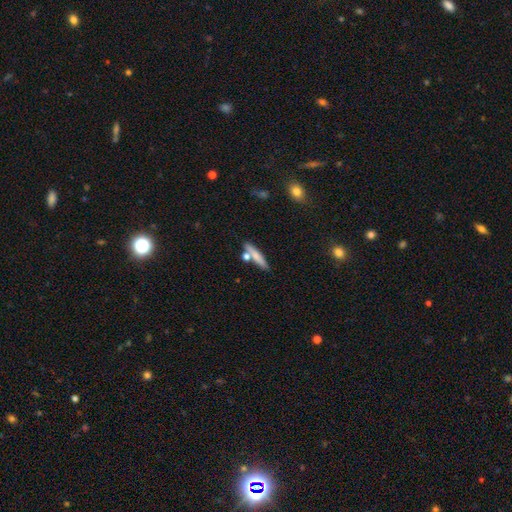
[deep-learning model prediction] This appears to be a smooth galaxy with no disk features (70%) that is cigar-shaped (82%). Merging: none (70%).